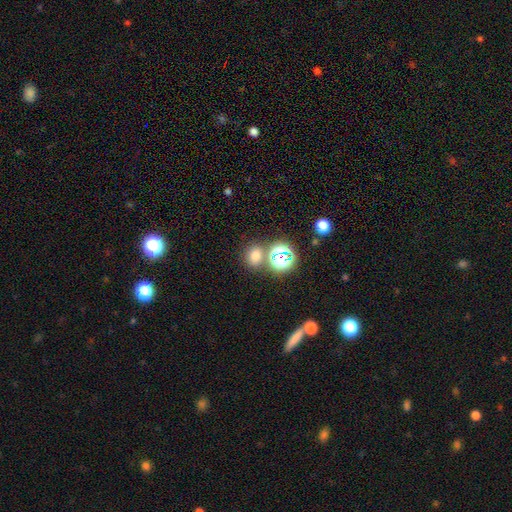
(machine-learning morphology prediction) Smooth or featured: smooth — 65% (star or artifact — 28%)
How rounded: round — 67% (in between — 32%)
Merging: none — 69% (merger — 19%)